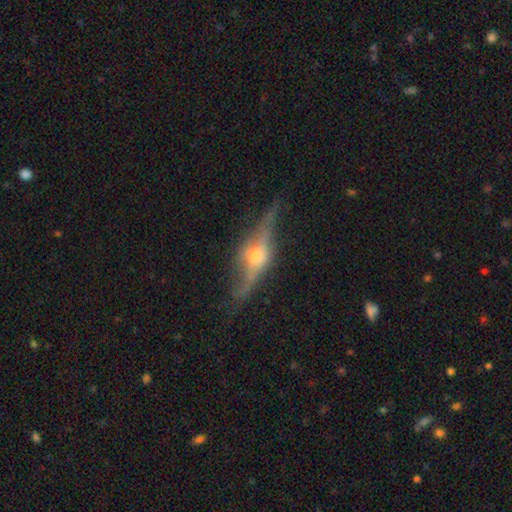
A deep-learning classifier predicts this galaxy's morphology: smooth-or-featured: featured or disk: 79% | smooth: 14% | star or artifact: 7%
  disk-edge-on: yes: 91% | no: 9%
    edge-on-bulge: rounded: 92% | boxy: 6% | none: 2%
  merging: none: 76% | minor disturbance: 17% | major disturbance: 6% | merger: 2%